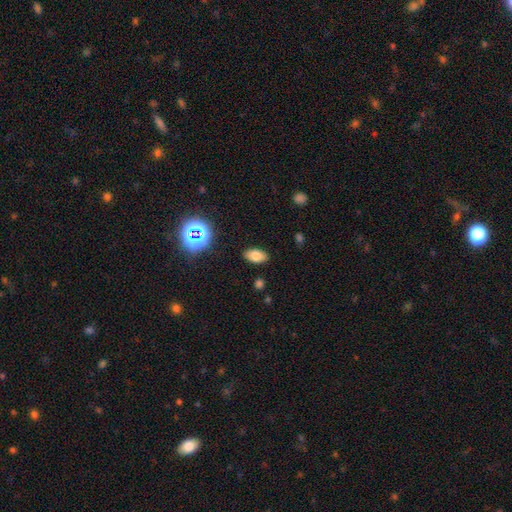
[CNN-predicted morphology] Smooth or featured? Predicted: smooth (p=0.76). How rounded? Predicted: in between (p=0.91). Merging? Predicted: none (p=0.86).